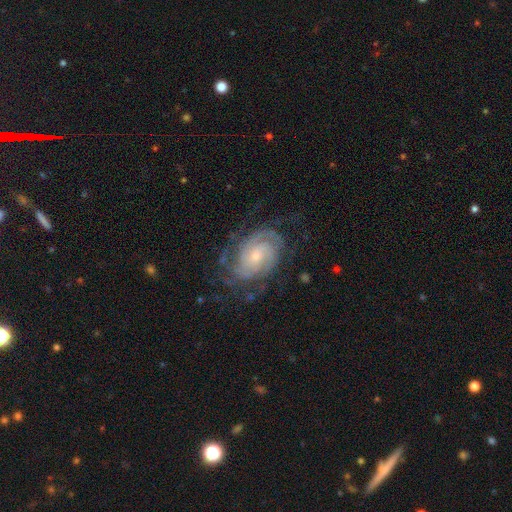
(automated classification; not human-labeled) Q: Smooth or featured?
A: featured or disk (88%); runner-up: smooth (7%)
Q: Edge-on disk?
A: no (97%); runner-up: yes (3%)
Q: Bar?
A: no (65%); runner-up: weak (29%)
Q: Spiral arms?
A: yes (97%); runner-up: no (3%)
Q: Spiral winding?
A: tight (70%); runner-up: medium (25%)
Q: Spiral arm count?
A: 2 (31%); runner-up: can't tell (26%)
Q: Bulge size?
A: small (61%); runner-up: moderate (34%)
Q: Merging?
A: none (71%); runner-up: minor disturbance (18%)